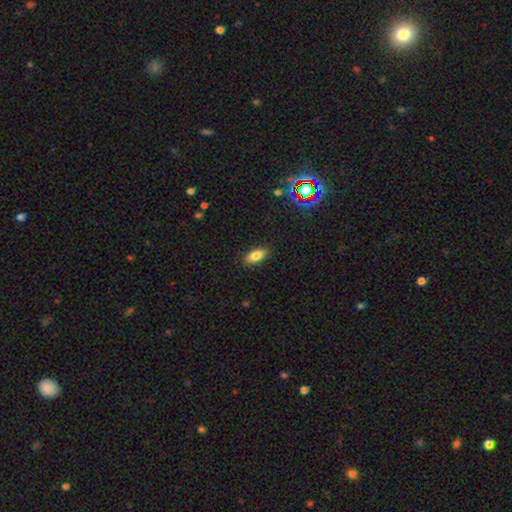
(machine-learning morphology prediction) This is clearly a smooth galaxy (83%). How rounded: clearly in between (88%). Merging: clearly none (88%).